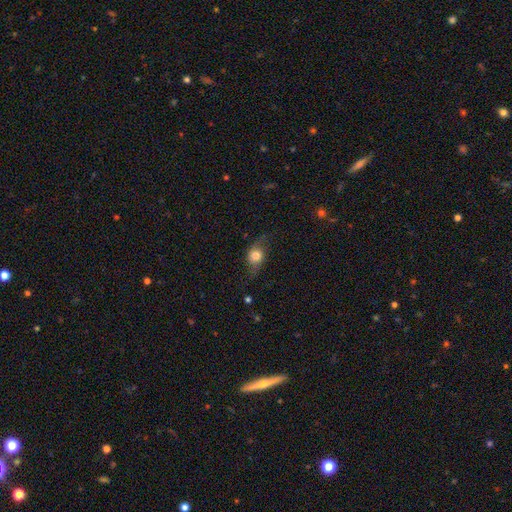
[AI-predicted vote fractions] Morphology: type=smooth (57%); roundness=round (48%); merging=none (62%).